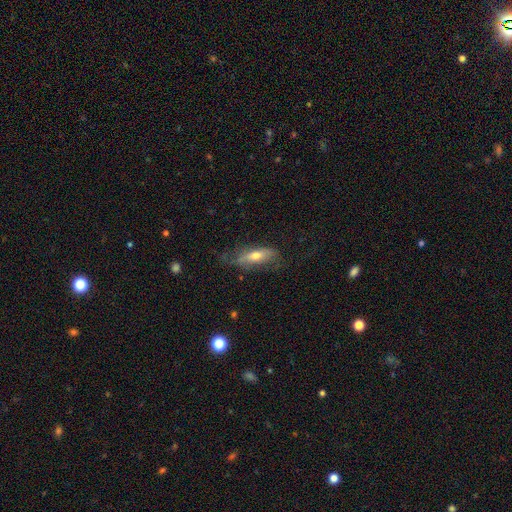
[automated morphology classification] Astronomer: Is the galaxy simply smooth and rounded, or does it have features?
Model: smooth — 56% (runner-up: featured or disk, 36%).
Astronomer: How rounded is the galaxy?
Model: in between — 56% (runner-up: cigar-shaped, 41%).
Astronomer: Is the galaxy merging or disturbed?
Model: none — 57%.